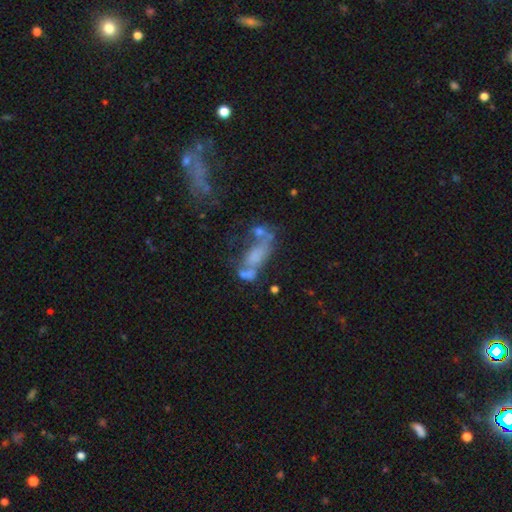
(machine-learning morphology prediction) Smooth or featured?
  - featured or disk: 46% *
  - smooth: 36%
  - star or artifact: 19%
Merging?
  - merger: 38% *
  - major disturbance: 26%
  - none: 22%
  - minor disturbance: 14%